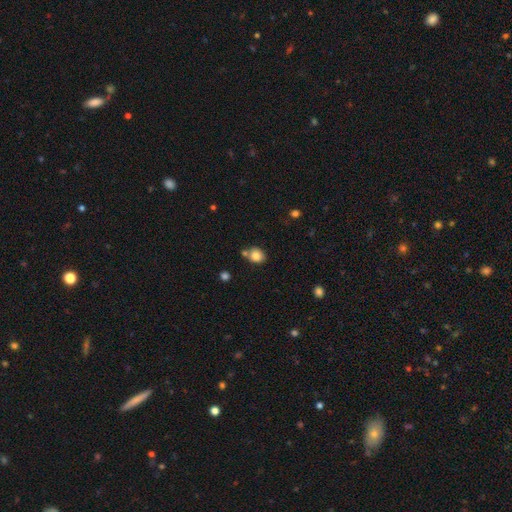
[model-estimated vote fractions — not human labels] This is clearly a smooth galaxy (83%). How rounded: likely round (63%). Merging: likely none (63%).